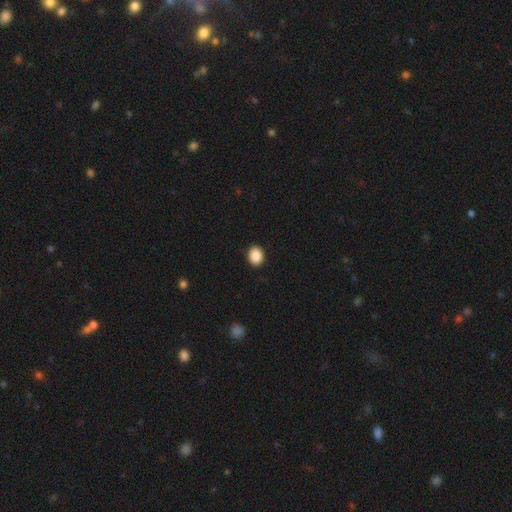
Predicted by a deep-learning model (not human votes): smooth_or_featured: smooth (p=0.90) [alt: star or artifact p=0.08]
how_rounded: in between (p=0.59) [alt: round p=0.40]
merging: none (p=0.90) [alt: minor disturbance p=0.07]